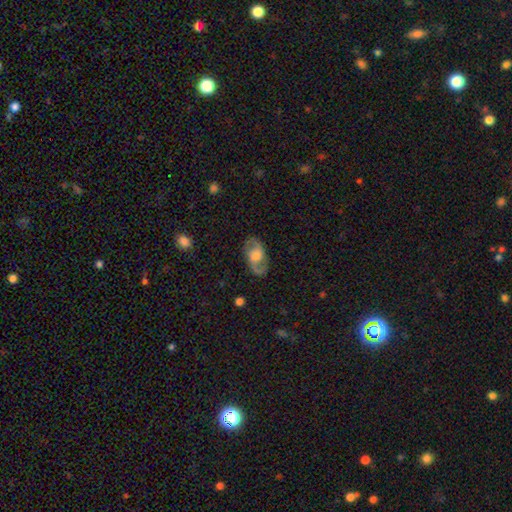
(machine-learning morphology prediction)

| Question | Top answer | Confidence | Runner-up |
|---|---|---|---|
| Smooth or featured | featured or disk | 70% | smooth (24%) |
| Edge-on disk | no | 94% | yes (6%) |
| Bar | no | 51% | weak (40%) |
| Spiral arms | yes | 87% | no (13%) |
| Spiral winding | medium | 50% | loose (33%) |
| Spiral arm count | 2 | 88% | can't tell (6%) |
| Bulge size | moderate | 41% | large (29%) |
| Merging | none | 80% | minor disturbance (14%) |